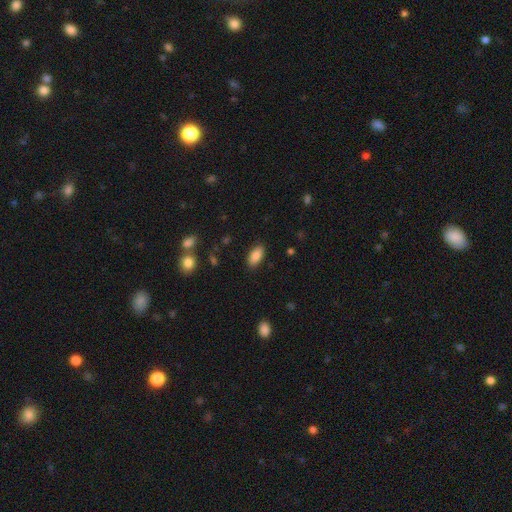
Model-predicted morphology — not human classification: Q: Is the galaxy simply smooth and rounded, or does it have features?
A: smooth — 85%.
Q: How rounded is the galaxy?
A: in between — 91%.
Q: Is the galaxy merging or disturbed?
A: none — 86%.